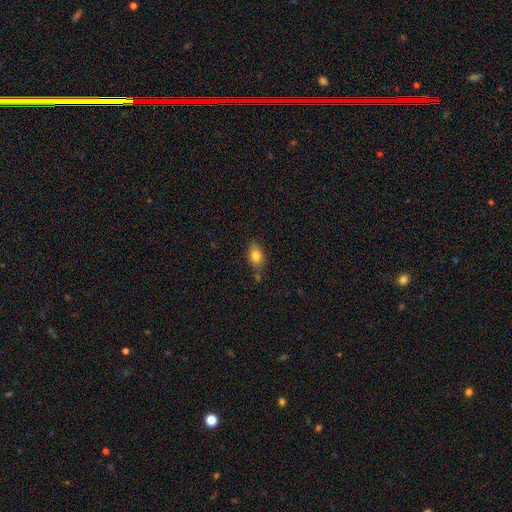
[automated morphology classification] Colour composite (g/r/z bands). It shows a smooth galaxy with no disk features (81%) that is in between round and cigar-shaped (80%). Merging: none (70%).